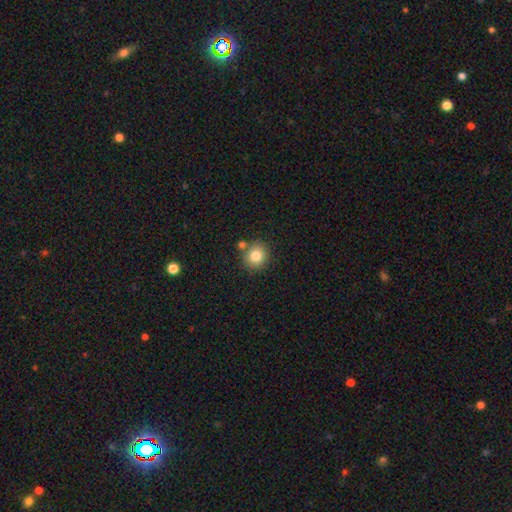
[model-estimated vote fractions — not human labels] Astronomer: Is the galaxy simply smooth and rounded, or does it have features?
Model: smooth — 81%.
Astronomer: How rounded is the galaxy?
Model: round — 85%.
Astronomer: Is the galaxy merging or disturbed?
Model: none — 74%.